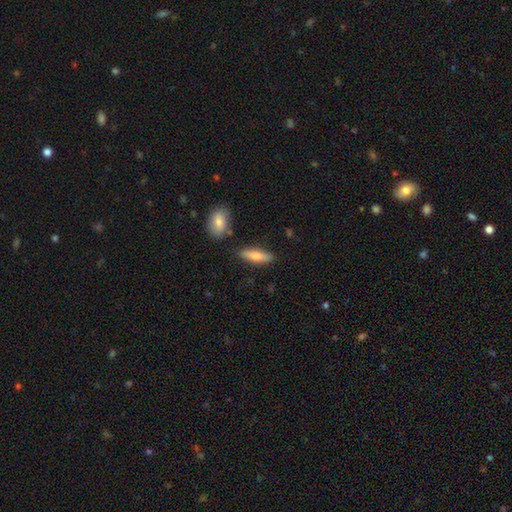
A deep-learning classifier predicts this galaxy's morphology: A smooth galaxy with no disk features (70%) that is cigar-shaped (55%). Merging: none (81%).